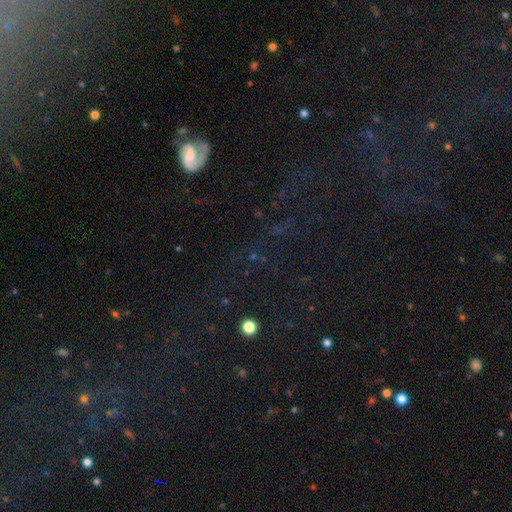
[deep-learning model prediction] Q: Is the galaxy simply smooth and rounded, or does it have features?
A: star or artifact — 68%.